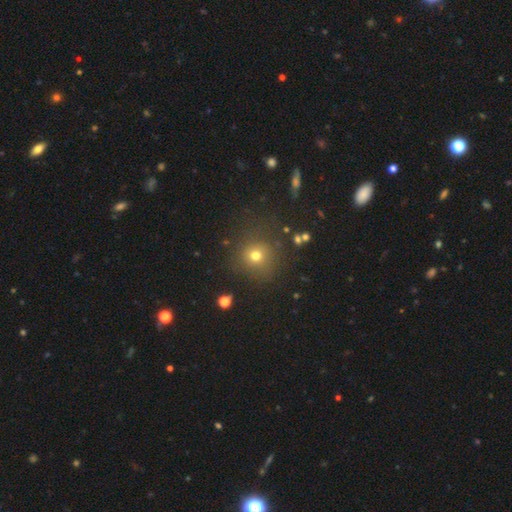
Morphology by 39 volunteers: A smooth galaxy with no disk features (74%) that is round (97%). Merging: none (83%).